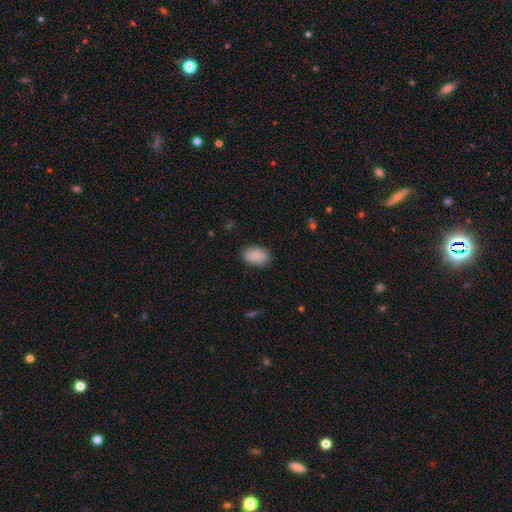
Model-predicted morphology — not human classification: Smooth or featured? Predicted: smooth (p=0.89). How rounded? Predicted: in between (p=0.87). Merging? Predicted: none (p=0.84).